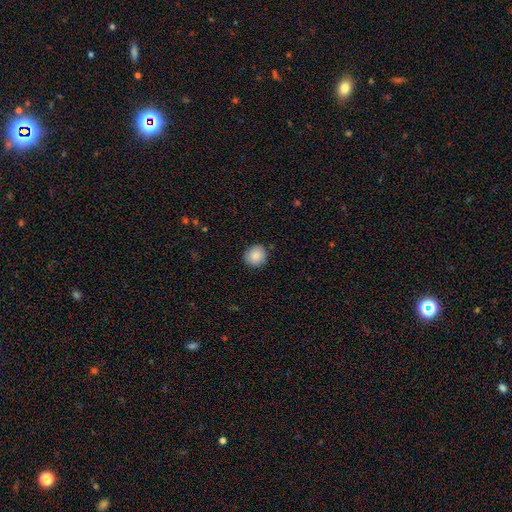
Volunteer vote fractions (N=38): Overall: smooth (87%). How rounded: round (79%). Merging: none (86%).